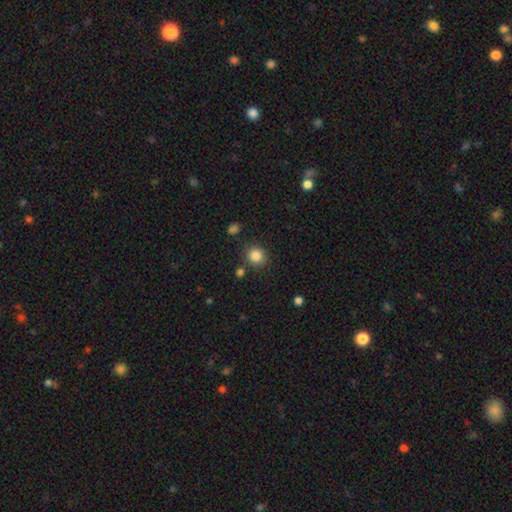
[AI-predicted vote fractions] This is clearly a smooth galaxy (85%). How rounded: clearly round (85%). Merging: clearly none (83%).